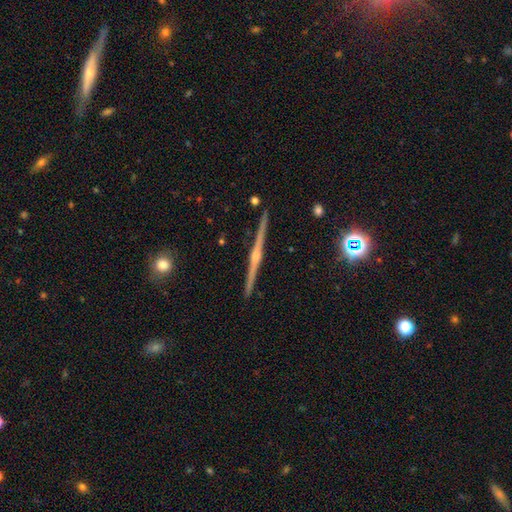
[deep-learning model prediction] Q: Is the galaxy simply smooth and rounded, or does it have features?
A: featured or disk — 85%.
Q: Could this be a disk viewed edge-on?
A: yes — 99%.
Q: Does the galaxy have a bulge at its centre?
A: rounded — 86%.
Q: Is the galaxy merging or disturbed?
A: none — 92%.